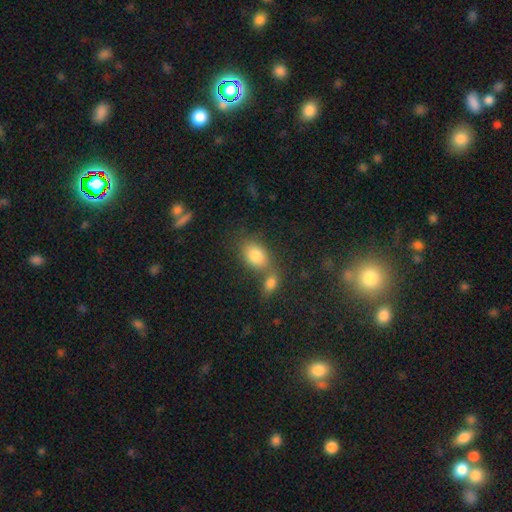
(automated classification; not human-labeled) Q: Smooth or featured?
A: smooth (81%); runner-up: featured or disk (10%)
Q: How rounded?
A: in between (82%); runner-up: round (16%)
Q: Merging?
A: none (47%); runner-up: merger (36%)